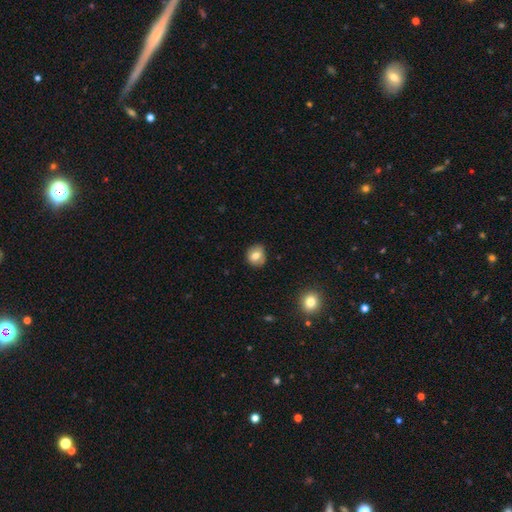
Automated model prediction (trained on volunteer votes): The model was most divided on "how rounded": round: 69%, in between: 30%, cigar-shaped: 1%. More confident: merging — none (76%); smooth or featured — smooth (75%).